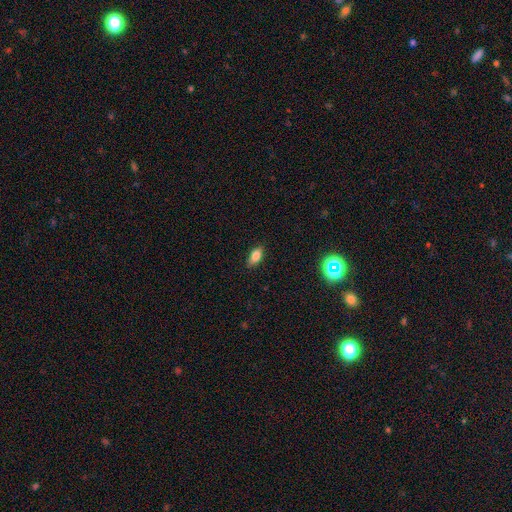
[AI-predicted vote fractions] Smooth or featured?
  - smooth: 79% *
  - featured or disk: 12%
  - star or artifact: 10%
How rounded?
  - in between: 85% *
  - cigar-shaped: 10%
  - round: 5%
Merging?
  - none: 85% *
  - minor disturbance: 12%
  - major disturbance: 2%
  - merger: 1%